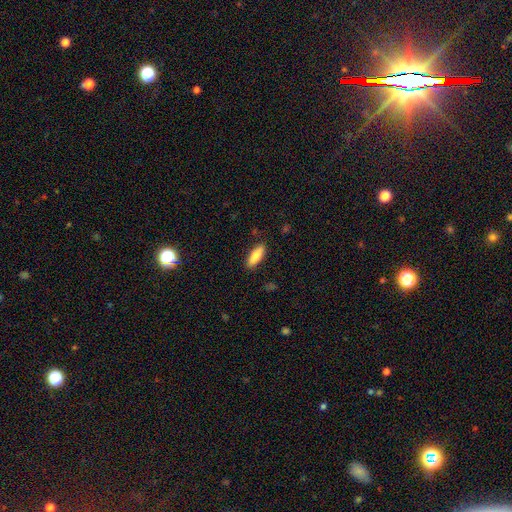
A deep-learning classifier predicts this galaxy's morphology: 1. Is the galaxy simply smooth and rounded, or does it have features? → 81% smooth, 13% featured or disk, 6% star or artifact.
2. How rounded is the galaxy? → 57% in between, 41% cigar-shaped, 2% round.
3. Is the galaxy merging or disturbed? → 88% none, 9% minor disturbance, 2% major disturbance, 1% merger.